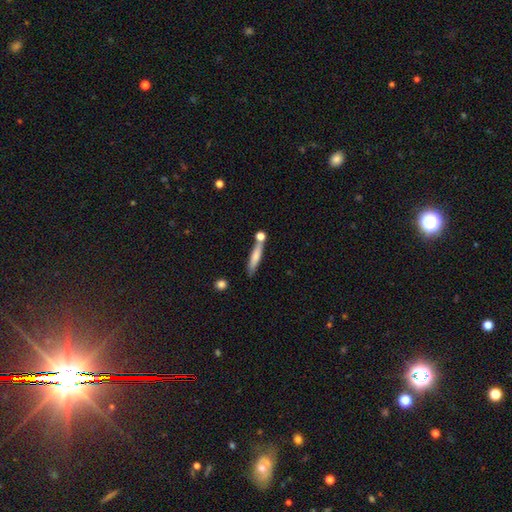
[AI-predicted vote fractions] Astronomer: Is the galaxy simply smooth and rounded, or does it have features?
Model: smooth — 67%.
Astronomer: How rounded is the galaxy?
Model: cigar-shaped — 88%.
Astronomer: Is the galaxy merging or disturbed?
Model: none — 67%.